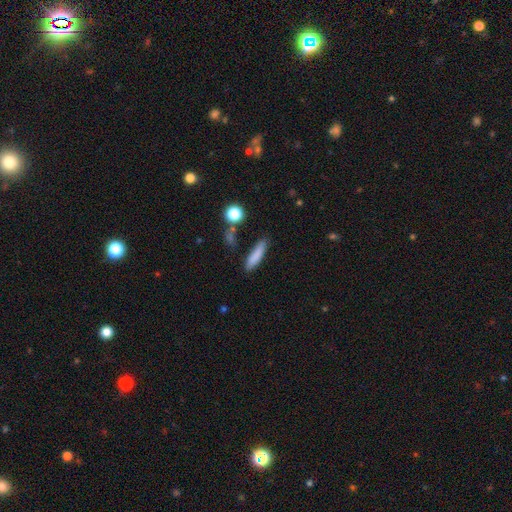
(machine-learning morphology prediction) A smooth galaxy with no disk features (83%) that is cigar-shaped (76%).

Vote fractions:
- Smooth or featured? smooth: 83% / featured or disk: 9% / star or artifact: 8%
- How rounded? cigar-shaped: 76% / in between: 21% / round: 2%
- Merging? none: 80% / minor disturbance: 14% / major disturbance: 3% / merger: 3%